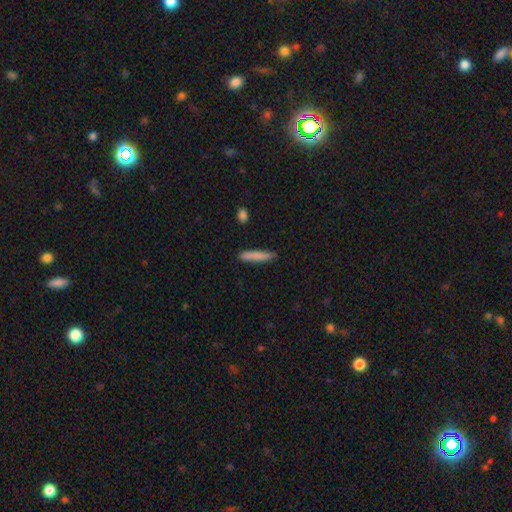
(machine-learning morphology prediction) Overall: smooth (82%). How rounded: cigar-shaped (92%). Merging: none (87%).